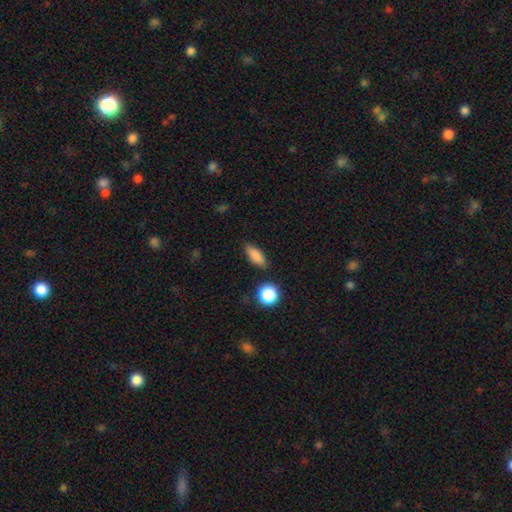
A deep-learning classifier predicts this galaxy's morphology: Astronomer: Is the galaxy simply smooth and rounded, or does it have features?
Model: smooth — 86%.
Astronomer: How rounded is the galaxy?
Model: in between — 76%.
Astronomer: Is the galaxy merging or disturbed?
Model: none — 83%.